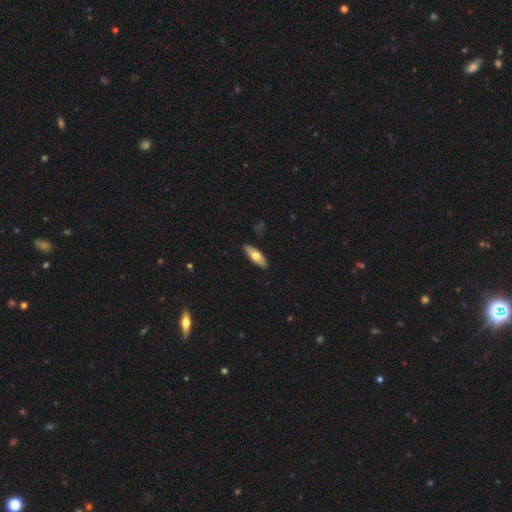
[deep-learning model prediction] Overall: smooth (58%; featured or disk 37%). How rounded: in between (59%; cigar-shaped 39%). Merging: none (89%).